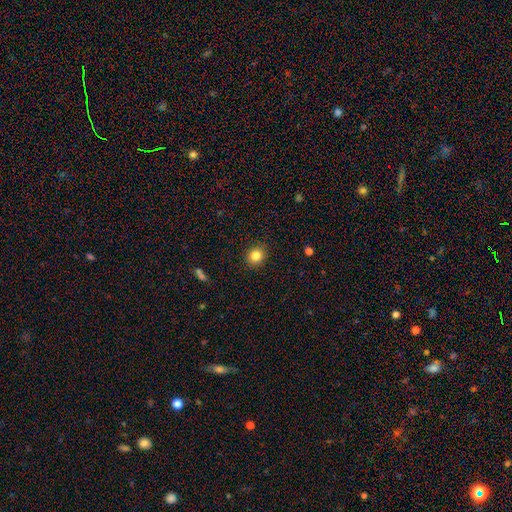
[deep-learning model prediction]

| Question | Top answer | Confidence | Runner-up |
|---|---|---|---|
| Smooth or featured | smooth | 84% | star or artifact (11%) |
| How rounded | round | 85% | in between (14%) |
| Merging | none | 90% | minor disturbance (7%) |